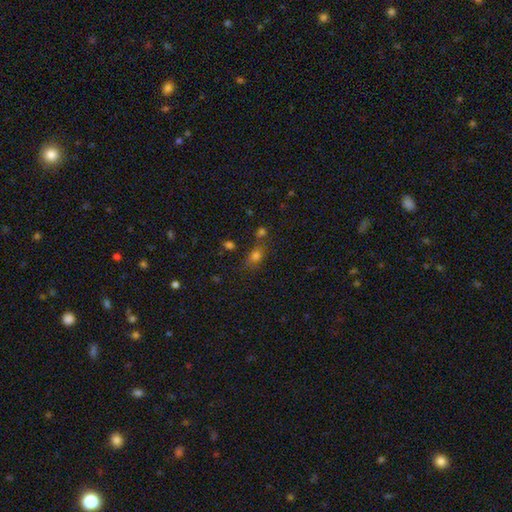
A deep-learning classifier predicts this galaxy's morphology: Smooth or featured? smooth (67%)
How rounded? in between (59%)
Merging? none (57%)